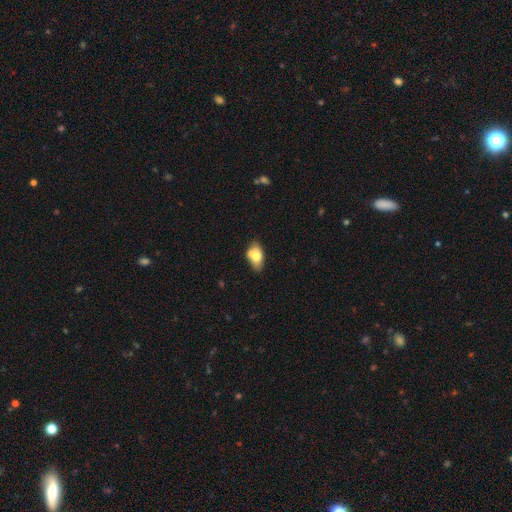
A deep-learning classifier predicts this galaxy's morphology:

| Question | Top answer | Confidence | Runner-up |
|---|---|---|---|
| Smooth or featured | smooth | 70% | featured or disk (22%) |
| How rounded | in between | 88% | round (8%) |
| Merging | none | 49% | minor disturbance (23%) |